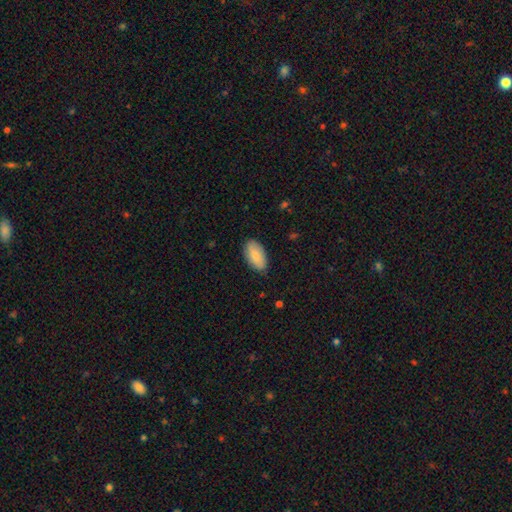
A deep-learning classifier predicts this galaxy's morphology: smooth_or_featured: smooth (p=0.84) [alt: featured or disk p=0.10]
how_rounded: in between (p=0.94) [alt: cigar-shaped p=0.03]
merging: none (p=0.83) [alt: minor disturbance p=0.14]